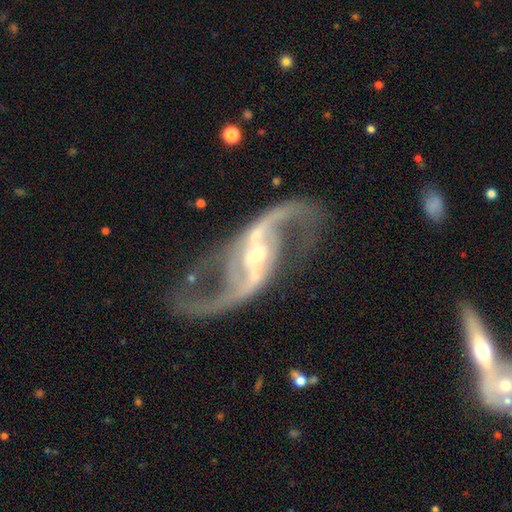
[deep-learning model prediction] featured or disk 94%, star or artifact 4%, smooth 2%. Down the decision tree: edge-on disk — no (97%); bar — strong (56%); spiral arms — yes (98%); spiral arm count — 2 (95%); spiral winding — loose (61%); bulge size — small (55%); merging — none (78%).